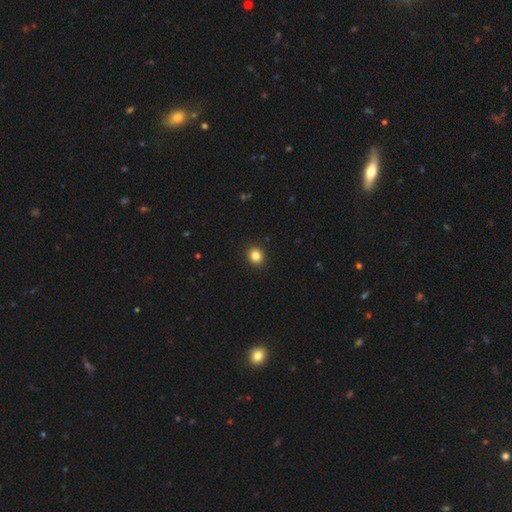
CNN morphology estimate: Overall: smooth (84%). How rounded: round (82%). Merging: none (92%).